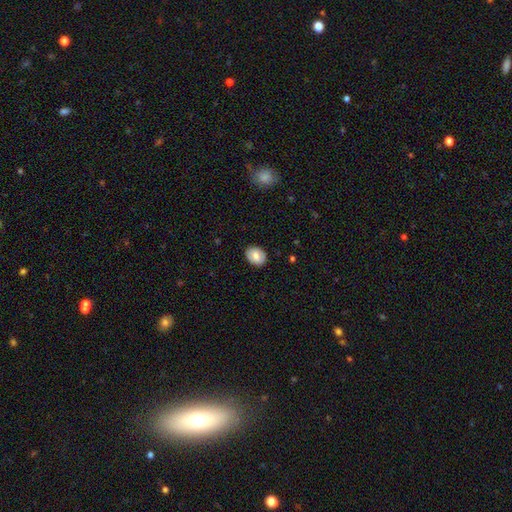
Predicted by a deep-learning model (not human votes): Overall: smooth (74%). How rounded: in between (56%; round 43%). Merging: none (87%).